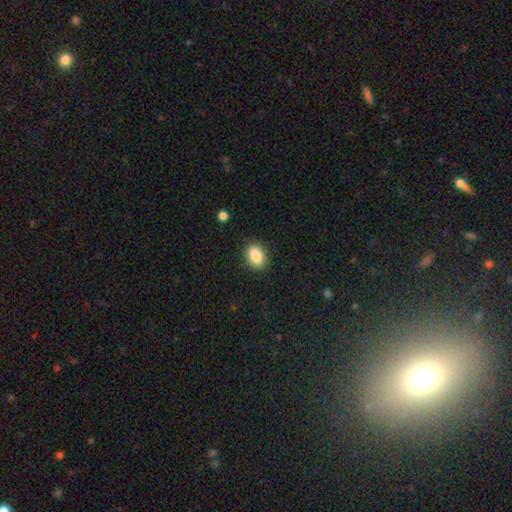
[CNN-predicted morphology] Overall: smooth (88%). How rounded: in between (76%). Merging: none (88%).